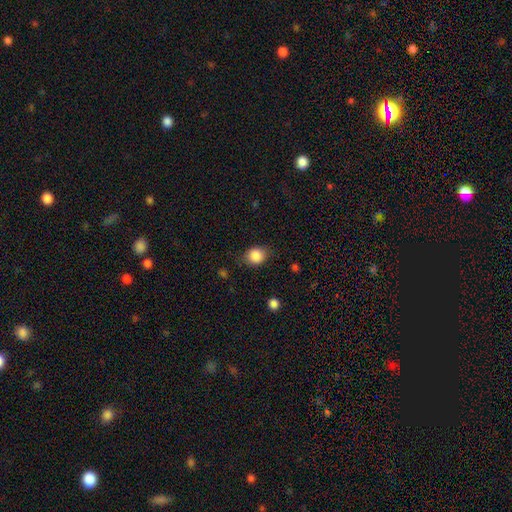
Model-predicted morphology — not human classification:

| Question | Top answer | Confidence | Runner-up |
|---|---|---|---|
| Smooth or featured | smooth | 86% | star or artifact (9%) |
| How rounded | round | 65% | in between (34%) |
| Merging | none | 75% | minor disturbance (18%) |